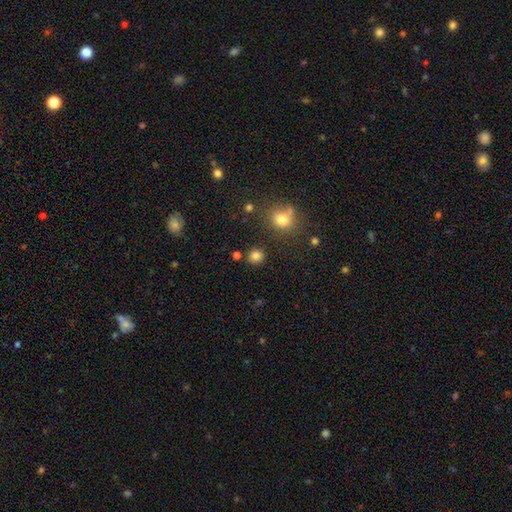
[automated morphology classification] Smooth or featured: smooth — 82% (star or artifact — 13%)
How rounded: round — 83% (in between — 16%)
Merging: none — 85% (minor disturbance — 8%)